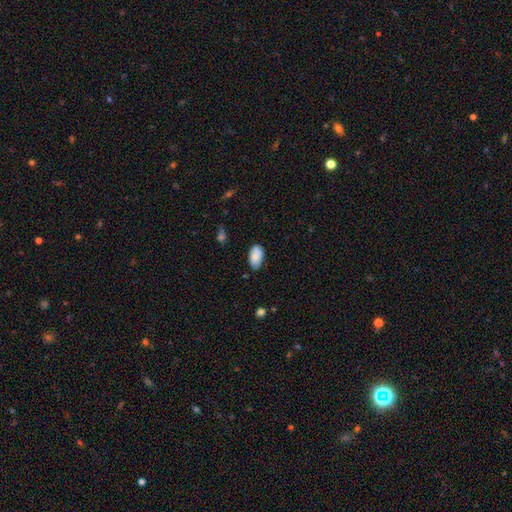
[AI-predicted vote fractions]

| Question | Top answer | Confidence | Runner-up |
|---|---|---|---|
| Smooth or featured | smooth | 74% | featured or disk (19%) |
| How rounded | in between | 94% | round (4%) |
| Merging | none | 70% | minor disturbance (24%) |